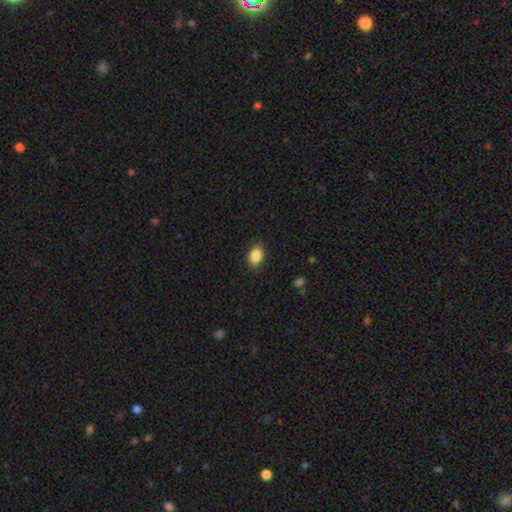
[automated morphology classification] Smooth or featured?
  - smooth: 88% *
  - star or artifact: 8%
  - featured or disk: 4%
How rounded?
  - in between: 82% *
  - round: 17%
  - cigar-shaped: 1%
Merging?
  - none: 88% *
  - minor disturbance: 9%
  - major disturbance: 2%
  - merger: 1%